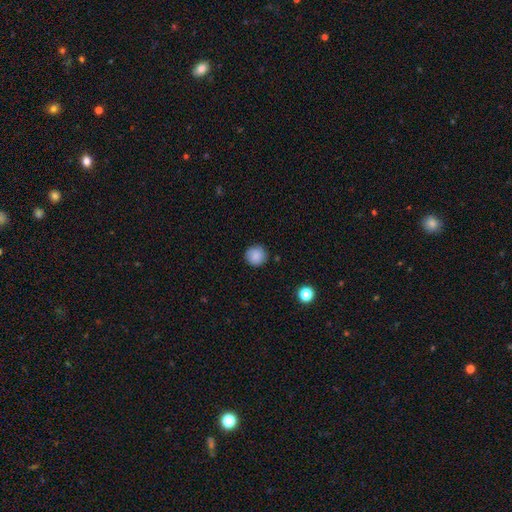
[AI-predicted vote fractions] Smooth or featured: smooth — 86% (star or artifact — 8%)
How rounded: round — 93% (in between — 6%)
Merging: none — 87% (minor disturbance — 10%)